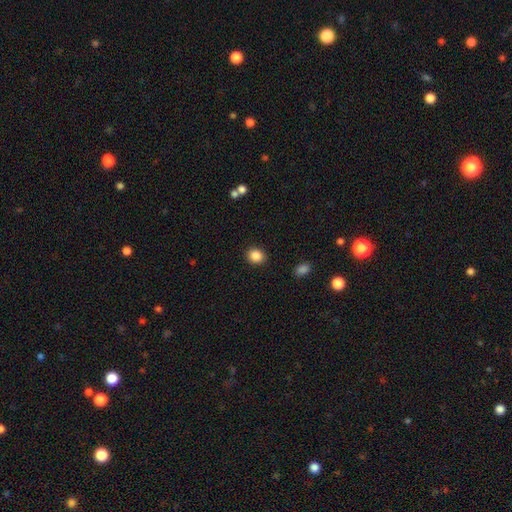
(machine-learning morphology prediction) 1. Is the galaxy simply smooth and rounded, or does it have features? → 87% smooth, 10% star or artifact, 4% featured or disk.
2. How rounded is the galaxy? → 71% round, 28% in between, 1% cigar-shaped.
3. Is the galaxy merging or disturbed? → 90% none, 6% minor disturbance, 2% major disturbance, 1% merger.